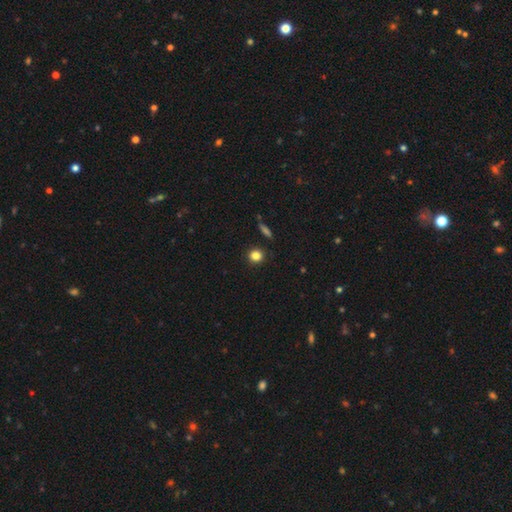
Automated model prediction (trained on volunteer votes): Morphology: type=smooth (84%); roundness=round (88%); merging=none (89%).